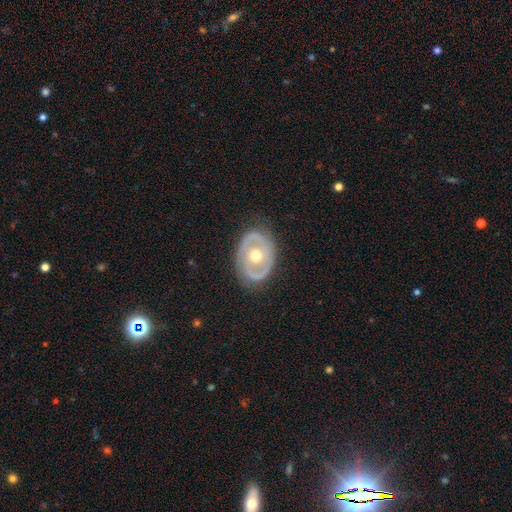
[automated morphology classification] smooth_or_featured: featured or disk (p=0.72) [alt: smooth p=0.24]
disk_edge_on: no (p=0.94) [alt: yes p=0.06]
bar: no (p=0.79) [alt: weak p=0.15]
has_spiral_arms: no (p=0.61) [alt: yes p=0.39]
bulge_size: moderate (p=0.78) [alt: small p=0.14]
merging: none (p=0.81) [alt: minor disturbance p=0.13]